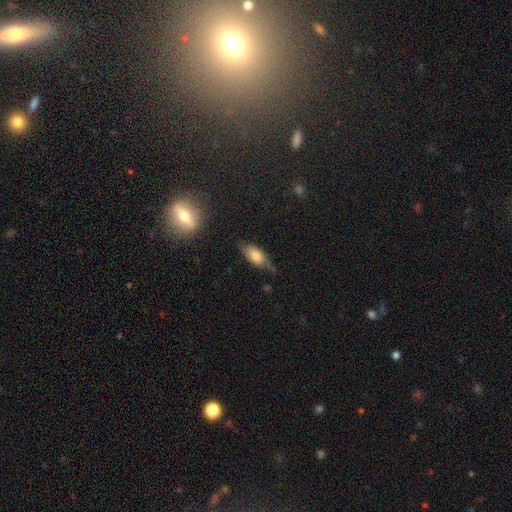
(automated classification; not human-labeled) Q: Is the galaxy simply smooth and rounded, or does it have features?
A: smooth — 72%.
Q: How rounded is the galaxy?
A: in between — 84%.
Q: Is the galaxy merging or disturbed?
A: none — 57%.